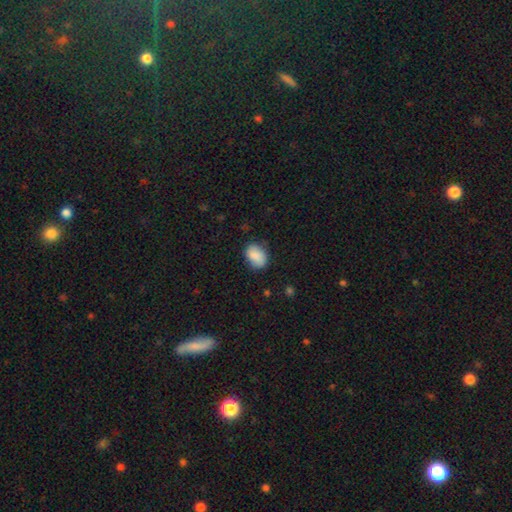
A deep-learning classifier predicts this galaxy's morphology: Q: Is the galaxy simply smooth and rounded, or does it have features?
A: smooth — 88%.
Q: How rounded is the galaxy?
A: in between — 80%.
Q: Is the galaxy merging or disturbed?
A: none — 77%.